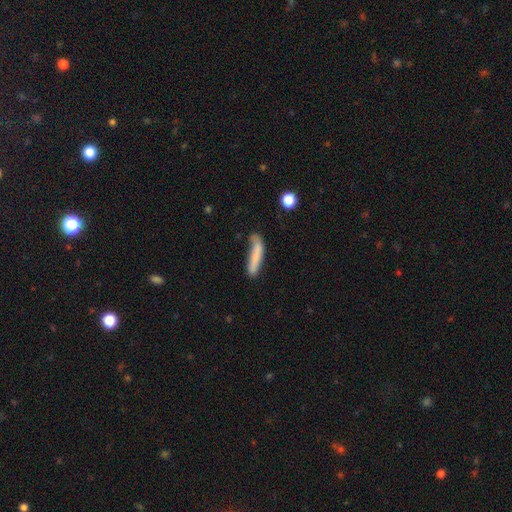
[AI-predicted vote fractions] A smooth galaxy with no disk features (78%) that is cigar-shaped (86%).

Vote fractions:
- Smooth or featured? smooth: 78% / featured or disk: 15% / star or artifact: 7%
- How rounded? cigar-shaped: 86% / in between: 12% / round: 2%
- Merging? none: 54% / minor disturbance: 29% / major disturbance: 11% / merger: 6%